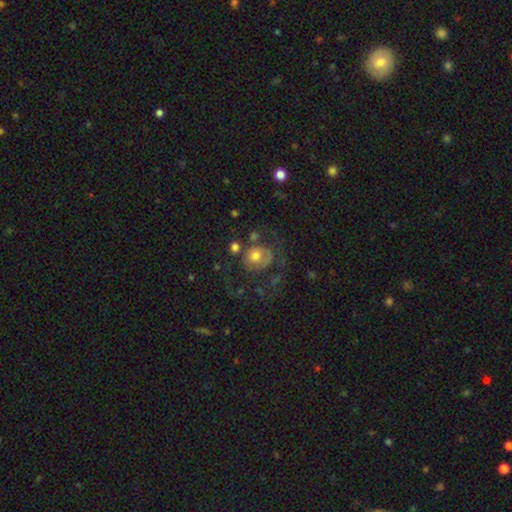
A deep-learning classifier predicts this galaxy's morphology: type=smooth (47%); merging=none (45%).